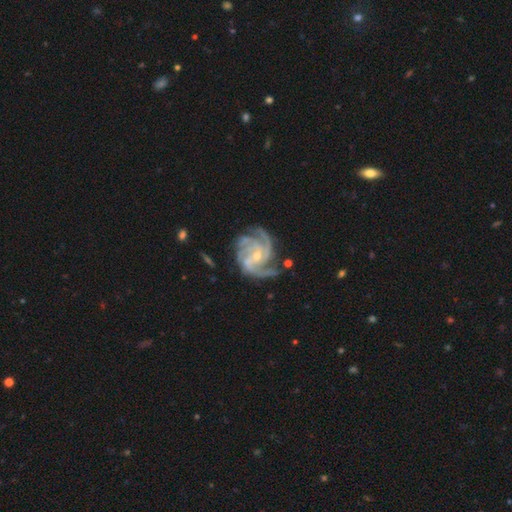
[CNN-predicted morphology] Smooth or featured?
  - featured or disk: 92% *
  - star or artifact: 5%
  - smooth: 3%
Edge-on disk?
  - no: 98% *
  - yes: 2%
Bar?
  - no: 57% *
  - weak: 33%
  - strong: 10%
Spiral arms?
  - yes: 99% *
  - no: 1%
Spiral winding?
  - tight: 53% *
  - medium: 40%
  - loose: 6%
Spiral arm count?
  - 4: 38% *
  - 3: 31%
  - can't tell: 9%
  - 2: 8%
  - more than 4: 8%
  - 1: 6%
Bulge size?
  - small: 66% *
  - moderate: 31%
  - none: 2%
  - large: 1%
  - dominant: 1%
Merging?
  - none: 67% *
  - minor disturbance: 21%
  - major disturbance: 10%
  - merger: 2%